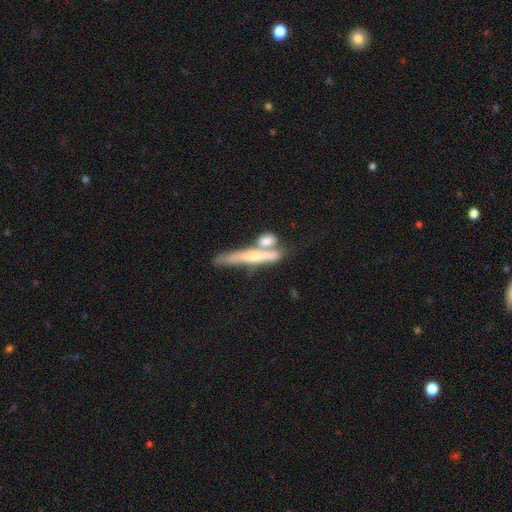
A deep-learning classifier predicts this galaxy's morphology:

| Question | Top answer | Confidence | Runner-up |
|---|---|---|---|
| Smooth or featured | featured or disk | 55% | smooth (37%) |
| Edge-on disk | yes | 79% | no (21%) |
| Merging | none | 38% | merger (37%) |